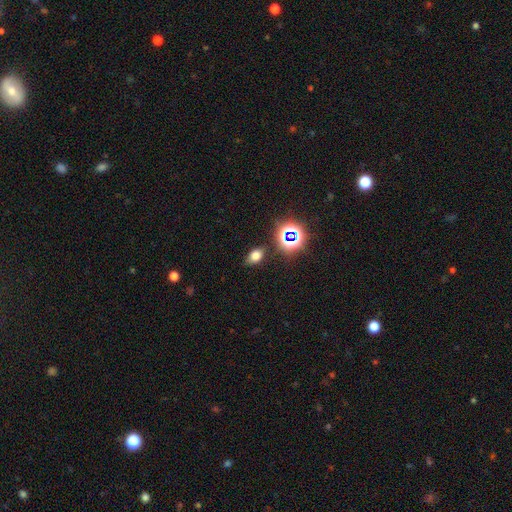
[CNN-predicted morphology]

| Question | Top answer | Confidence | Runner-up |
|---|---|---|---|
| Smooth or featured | smooth | 68% | star or artifact (23%) |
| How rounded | in between | 78% | round (20%) |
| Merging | none | 81% | minor disturbance (12%) |